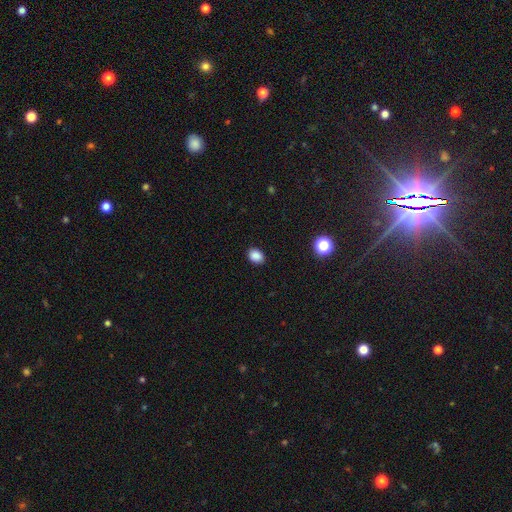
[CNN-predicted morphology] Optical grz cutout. It shows a smooth galaxy with no disk features (87%) that is in between round and cigar-shaped (71%). Merging: none (90%).